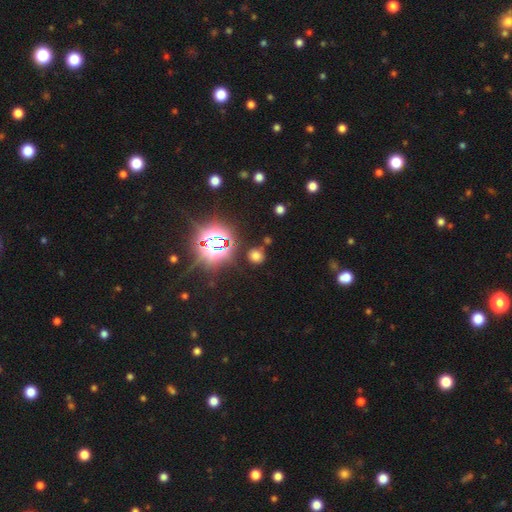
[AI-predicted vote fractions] Q: Smooth or featured?
A: smooth (57%); runner-up: star or artifact (35%)
Q: How rounded?
A: round (87%); runner-up: in between (12%)
Q: Merging?
A: none (83%); runner-up: minor disturbance (8%)